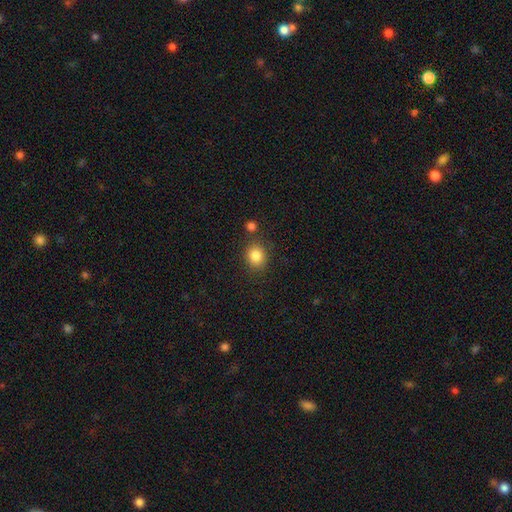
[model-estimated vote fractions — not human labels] smooth 85%, star or artifact 10%, featured or disk 5%. Down the decision tree: how rounded — round (71%); merging — none (78%).